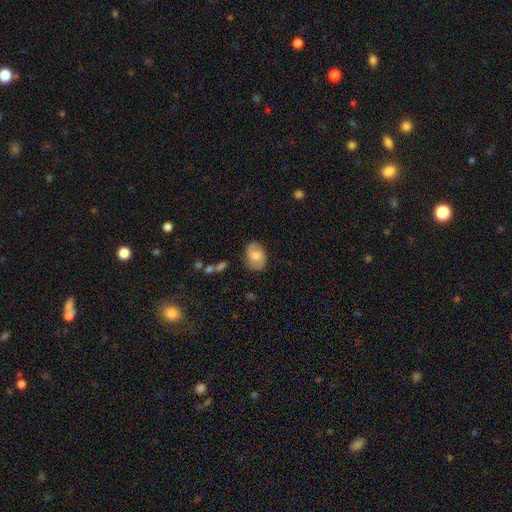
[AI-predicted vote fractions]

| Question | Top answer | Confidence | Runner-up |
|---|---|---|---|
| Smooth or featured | smooth | 50% | featured or disk (42%) |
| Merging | none | 74% | minor disturbance (19%) |